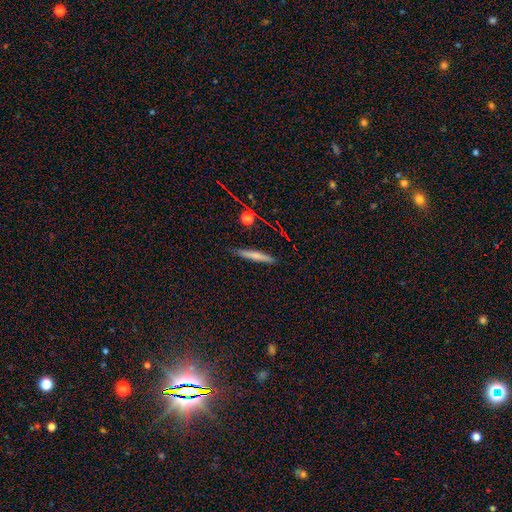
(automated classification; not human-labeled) smooth 66%, featured or disk 25%, star or artifact 9%. Down the decision tree: how rounded — cigar-shaped (93%); merging — none (88%).